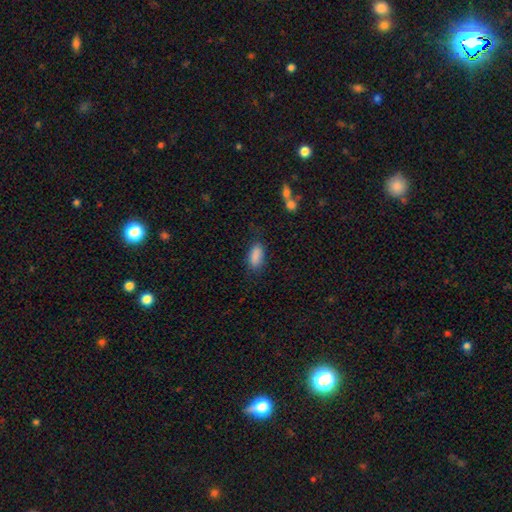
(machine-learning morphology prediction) Overall: smooth (87%). How rounded: in between (85%). Merging: none (75%).